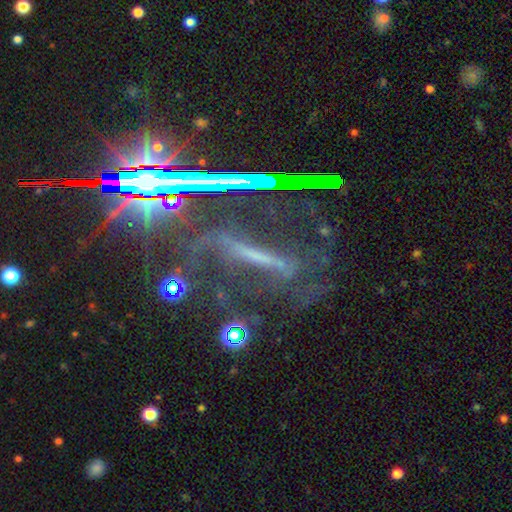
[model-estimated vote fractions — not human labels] smooth_or_featured: featured or disk (p=0.57) [alt: star or artifact p=0.30]
disk_edge_on: no (p=0.58) [alt: yes p=0.42]
merging: none (p=0.56) [alt: major disturbance p=0.20]